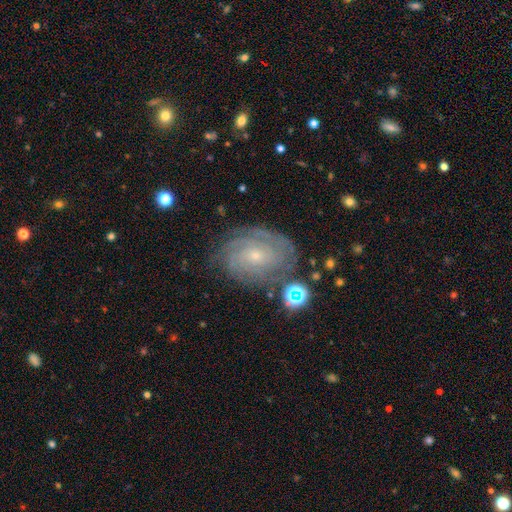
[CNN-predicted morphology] Smooth or featured?
  - featured or disk: 80% *
  - smooth: 12%
  - star or artifact: 8%
Edge-on disk?
  - no: 97% *
  - yes: 3%
Bar?
  - no: 69% *
  - weak: 26%
  - strong: 5%
Spiral arms?
  - yes: 94% *
  - no: 6%
Spiral winding?
  - tight: 76% *
  - medium: 19%
  - loose: 5%
Spiral arm count?
  - can't tell: 39% *
  - 2: 19%
  - 3: 18%
  - 4: 12%
  - more than 4: 6%
  - 1: 6%
Bulge size?
  - small: 76% *
  - moderate: 21%
  - none: 2%
  - large: 1%
  - dominant: 1%
Merging?
  - none: 74% *
  - minor disturbance: 17%
  - major disturbance: 6%
  - merger: 3%